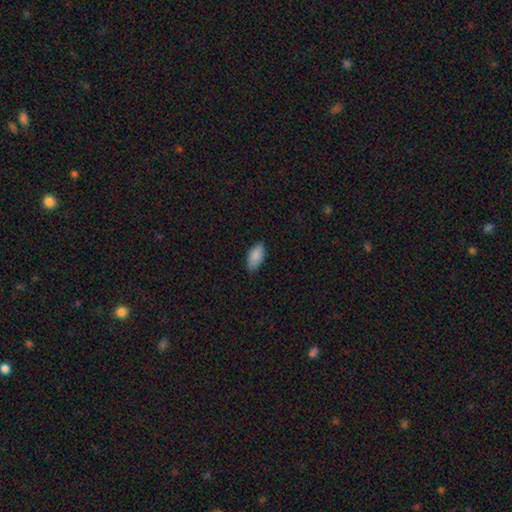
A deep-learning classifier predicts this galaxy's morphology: Overall: smooth (88%). How rounded: in between (92%). Merging: none (83%).